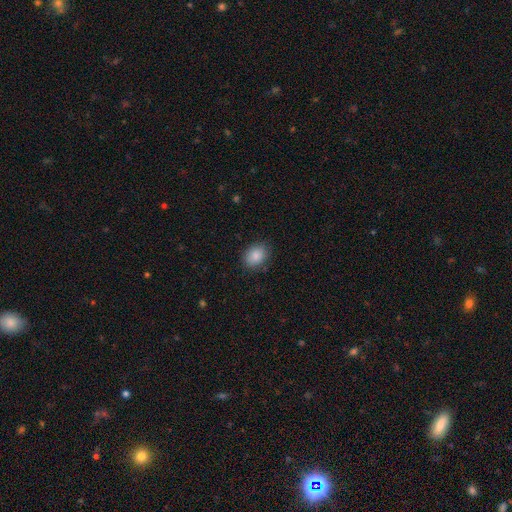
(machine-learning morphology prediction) smooth-or-featured: smooth: 87% | star or artifact: 8% | featured or disk: 5%
  how-rounded: in between: 62% | round: 37% | cigar-shaped: 1%
  merging: none: 85% | minor disturbance: 11% | major disturbance: 3% | merger: 1%